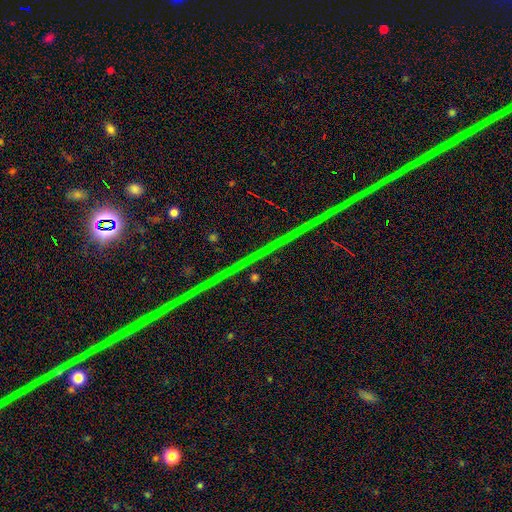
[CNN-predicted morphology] The model was most divided on "smooth or featured": star or artifact: 86%, featured or disk: 8%, smooth: 5%.